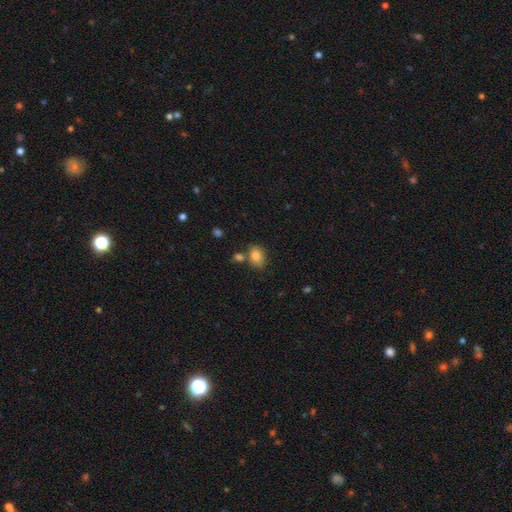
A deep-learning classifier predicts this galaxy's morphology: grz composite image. It shows a smooth galaxy with no disk features (82%) that is in between round and cigar-shaped (71%). Merging: none (64%).